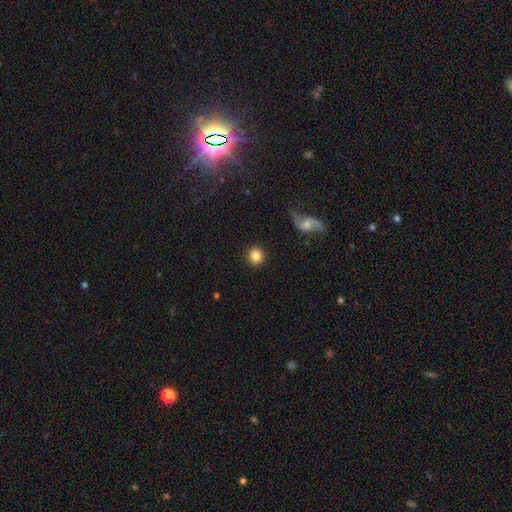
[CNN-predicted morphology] Q: Smooth or featured?
A: smooth (84%); runner-up: star or artifact (8%)
Q: How rounded?
A: round (89%); runner-up: in between (10%)
Q: Merging?
A: none (90%); runner-up: minor disturbance (6%)